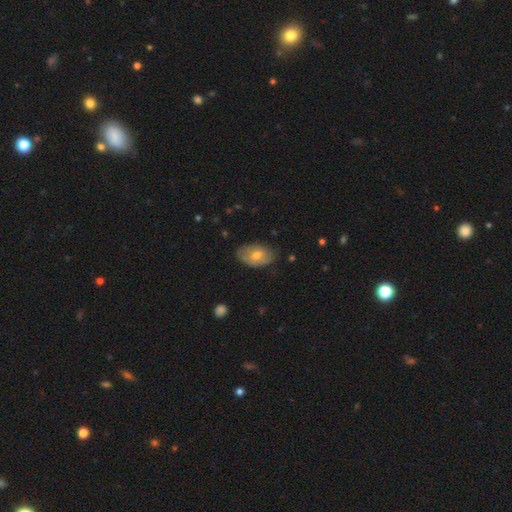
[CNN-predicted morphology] A smooth galaxy with no disk features (64%) that is in between round and cigar-shaped (89%). Merging: none (68%).